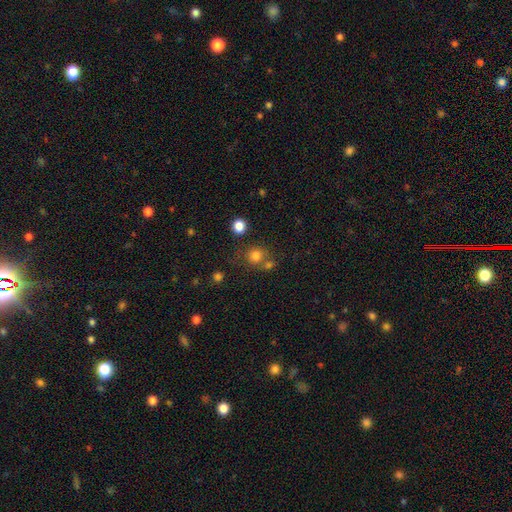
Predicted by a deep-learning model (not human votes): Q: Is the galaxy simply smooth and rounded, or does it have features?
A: smooth — 77%.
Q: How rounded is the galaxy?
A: round — 86%.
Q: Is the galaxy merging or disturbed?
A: none — 61%.